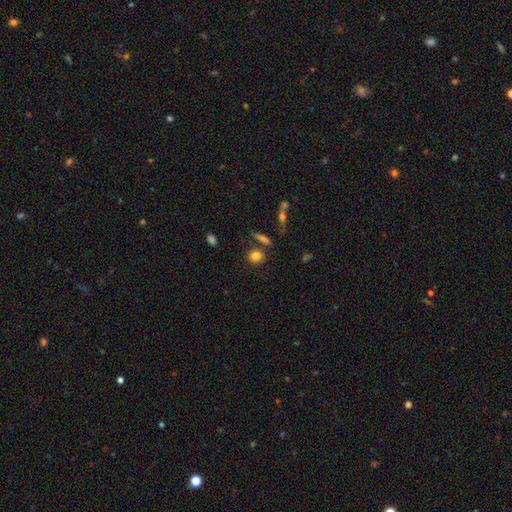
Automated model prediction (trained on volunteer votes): Smooth or featured: smooth — 82% (star or artifact — 10%)
How rounded: round — 74% (in between — 23%)
Merging: none — 74% (merger — 12%)